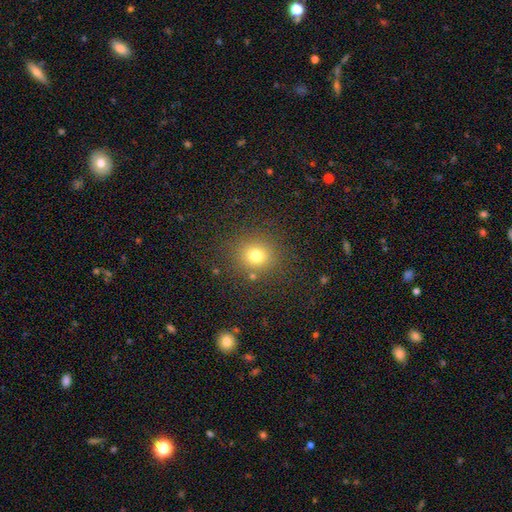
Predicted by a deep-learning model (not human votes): A smooth galaxy with no disk features (74%) that is round (85%). Merging: none (85%).